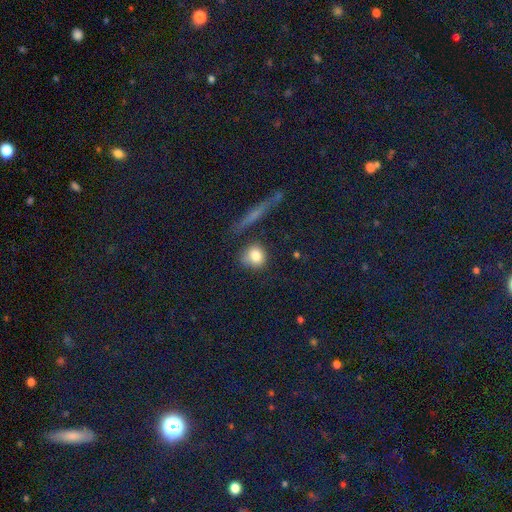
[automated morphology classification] Smooth or featured? smooth (81%)
How rounded? round (78%)
Merging? none (73%)